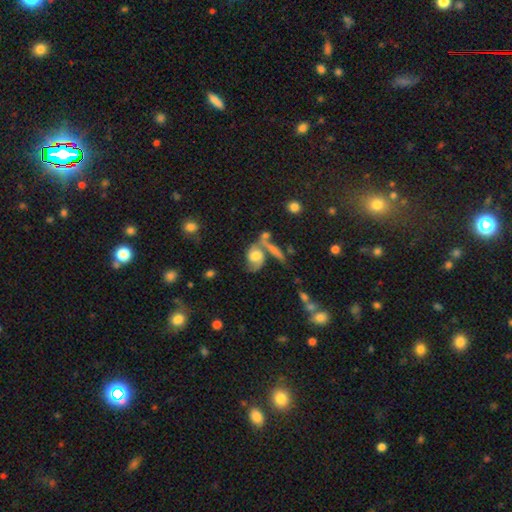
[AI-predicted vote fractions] The model was most divided on "merging": none: 35%, merger: 32%, minor disturbance: 17%, major disturbance: 16%. Remaining: edge-on disk — no (94%); spiral arms — yes (87%); spiral arm count — 2 (75%); bar — no (70%); smooth or featured — featured or disk (66%); bulge size — moderate (48%); spiral winding — medium (45%).